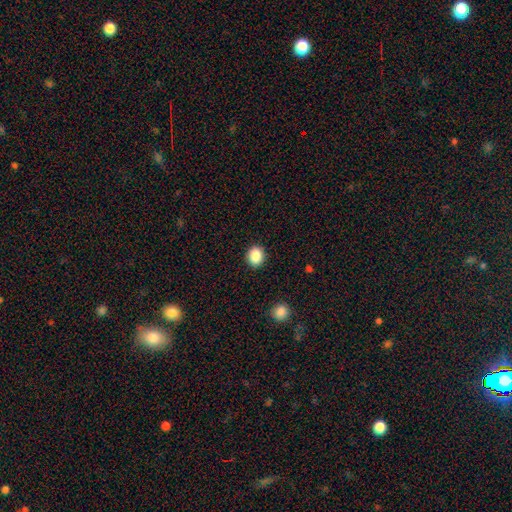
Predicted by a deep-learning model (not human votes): A smooth galaxy with no disk features (87%) that is round (66%).

Vote fractions:
- Smooth or featured? smooth: 87% / star or artifact: 9% / featured or disk: 3%
- How rounded? round: 66% / in between: 33% / cigar-shaped: 1%
- Merging? none: 91% / minor disturbance: 6% / major disturbance: 2% / merger: 1%